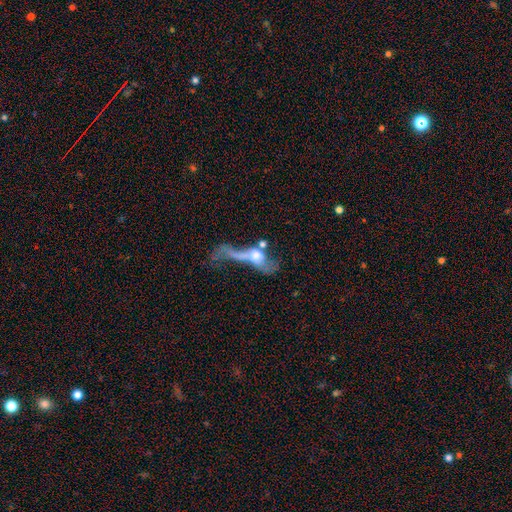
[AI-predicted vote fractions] Smooth or featured? Predicted: featured or disk (p=0.50). Merging? Predicted: major disturbance (p=0.44).